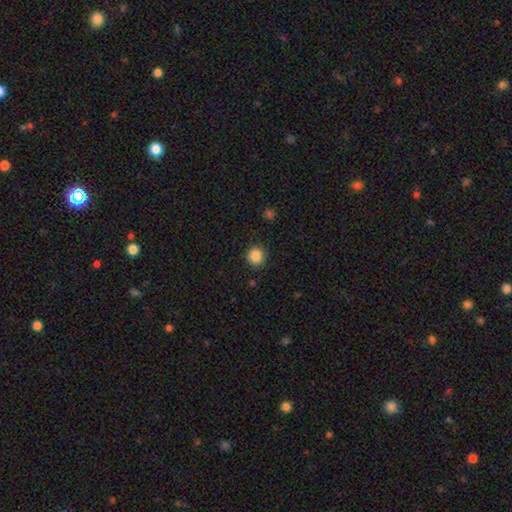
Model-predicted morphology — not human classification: Smooth or featured: smooth — 87% (star or artifact — 10%)
How rounded: round — 92% (in between — 7%)
Merging: none — 91% (minor disturbance — 6%)